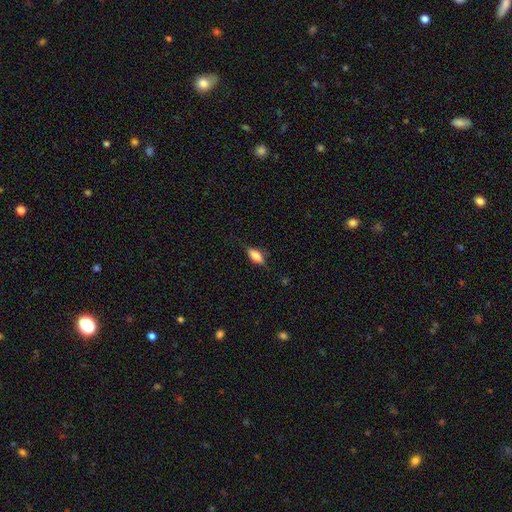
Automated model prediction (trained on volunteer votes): This appears to be a smooth galaxy with no disk features (71%) that is in between round and cigar-shaped (78%). Merging: none (76%).